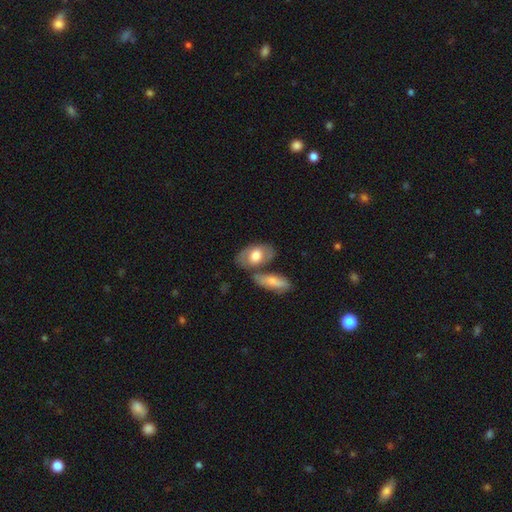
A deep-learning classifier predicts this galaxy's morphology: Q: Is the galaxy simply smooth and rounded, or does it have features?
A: smooth — 61%.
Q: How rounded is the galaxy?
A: in between — 90%.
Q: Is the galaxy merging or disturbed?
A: none — 55%.